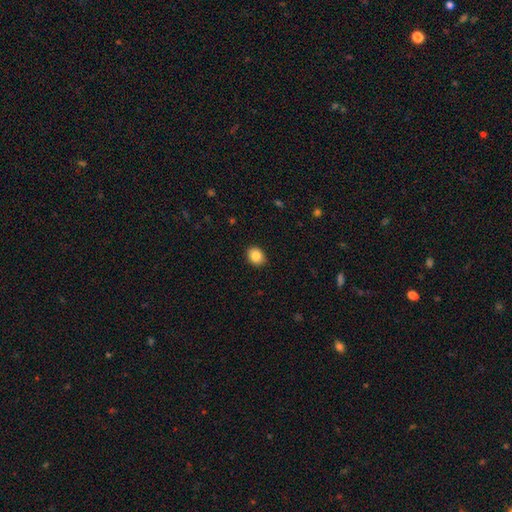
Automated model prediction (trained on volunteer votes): This is clearly a smooth galaxy (85%). How rounded: possibly round (51%). Merging: clearly none (90%).